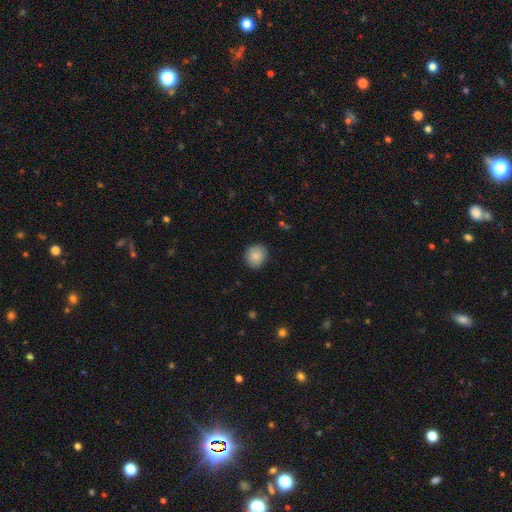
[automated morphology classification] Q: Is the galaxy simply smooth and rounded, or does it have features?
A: smooth — 87%.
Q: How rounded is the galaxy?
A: round — 80%.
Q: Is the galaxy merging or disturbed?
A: none — 87%.